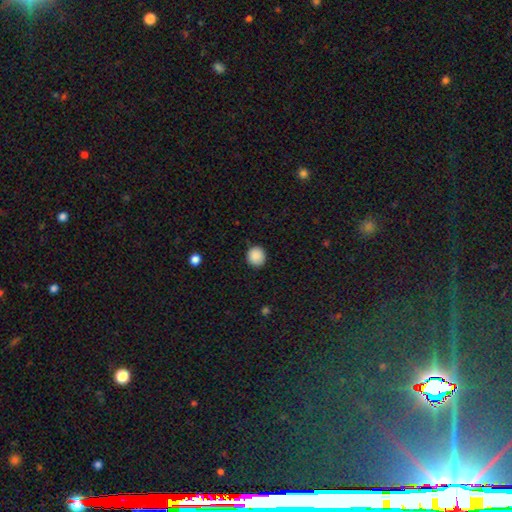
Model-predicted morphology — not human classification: Q: Smooth or featured?
A: smooth (89%); runner-up: star or artifact (9%)
Q: How rounded?
A: round (89%); runner-up: in between (10%)
Q: Merging?
A: none (89%); runner-up: minor disturbance (8%)